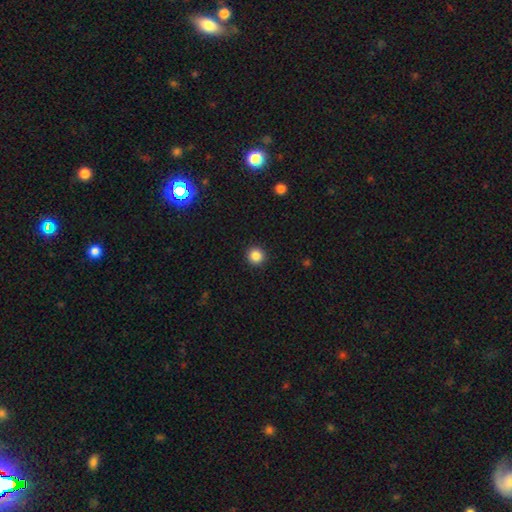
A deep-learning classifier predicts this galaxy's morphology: smooth-or-featured: smooth: 86% | star or artifact: 11% | featured or disk: 3%
  how-rounded: round: 95% | in between: 4% | cigar-shaped: 1%
  merging: none: 93% | minor disturbance: 5% | major disturbance: 2% | merger: 1%